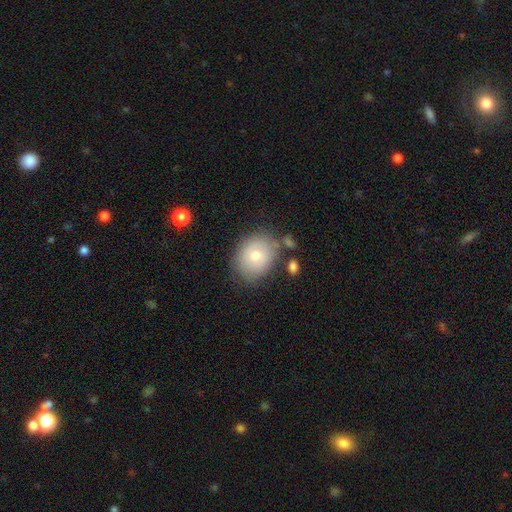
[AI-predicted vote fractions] Morphology: type=smooth (71%); roundness=round (53%); merging=none (70%).